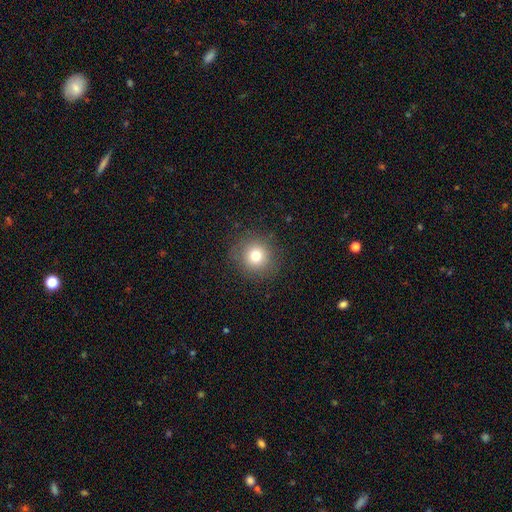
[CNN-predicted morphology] type=smooth (76%); roundness=round (92%); merging=none (87%).